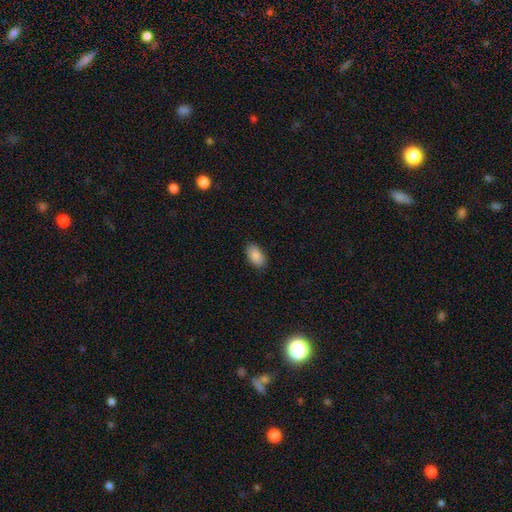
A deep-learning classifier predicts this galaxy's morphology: This appears to be a smooth galaxy with no disk features (87%) that is in between round and cigar-shaped (94%). Merging: none (88%).